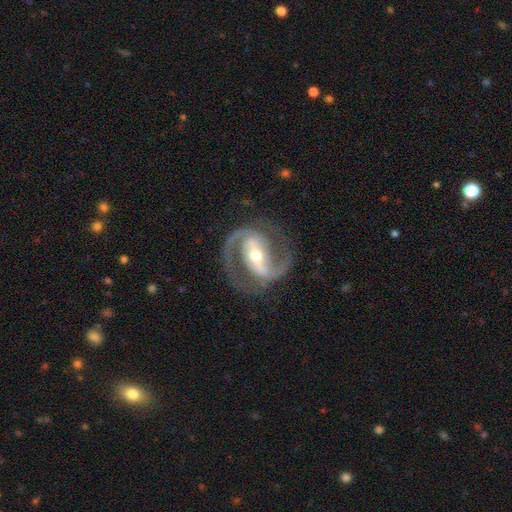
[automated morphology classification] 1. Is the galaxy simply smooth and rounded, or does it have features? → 93% featured or disk, 4% star or artifact, 3% smooth.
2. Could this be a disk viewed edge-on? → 97% no, 3% yes.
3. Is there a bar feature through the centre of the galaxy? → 64% strong, 25% weak, 11% no.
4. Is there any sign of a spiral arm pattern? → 98% yes, 2% no.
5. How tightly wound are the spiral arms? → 63% medium, 22% tight, 15% loose.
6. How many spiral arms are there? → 93% 2, 2% 1, 2% can't tell, 1% 3, 1% 4, 1% more than 4.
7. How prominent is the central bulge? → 56% moderate, 38% small, 4% large, 1% none, 1% dominant.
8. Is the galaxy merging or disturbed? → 82% none, 11% minor disturbance, 6% major disturbance, 1% merger.